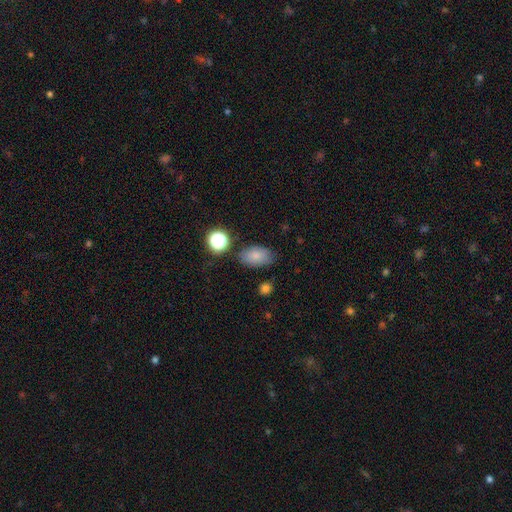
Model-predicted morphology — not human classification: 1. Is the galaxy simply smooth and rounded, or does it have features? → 80% smooth, 11% star or artifact, 9% featured or disk.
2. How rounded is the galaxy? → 88% in between, 10% round, 2% cigar-shaped.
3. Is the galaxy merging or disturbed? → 76% none, 16% minor disturbance, 4% major disturbance, 4% merger.